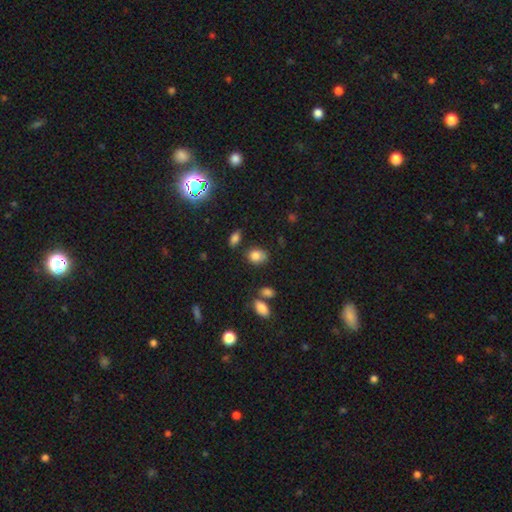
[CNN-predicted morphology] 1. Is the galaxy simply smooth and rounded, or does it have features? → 83% smooth, 11% star or artifact, 6% featured or disk.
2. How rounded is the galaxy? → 62% in between, 36% round, 1% cigar-shaped.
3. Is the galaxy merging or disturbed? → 64% none, 23% minor disturbance, 7% merger, 6% major disturbance.